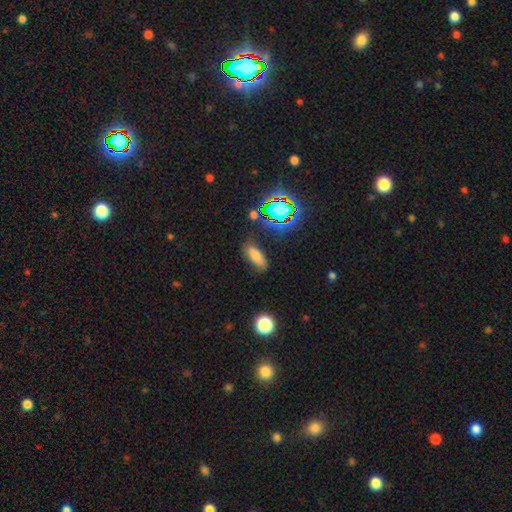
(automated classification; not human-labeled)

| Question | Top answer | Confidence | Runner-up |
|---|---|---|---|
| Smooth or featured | smooth | 73% | star or artifact (17%) |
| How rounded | in between | 75% | cigar-shaped (21%) |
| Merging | none | 81% | minor disturbance (12%) |